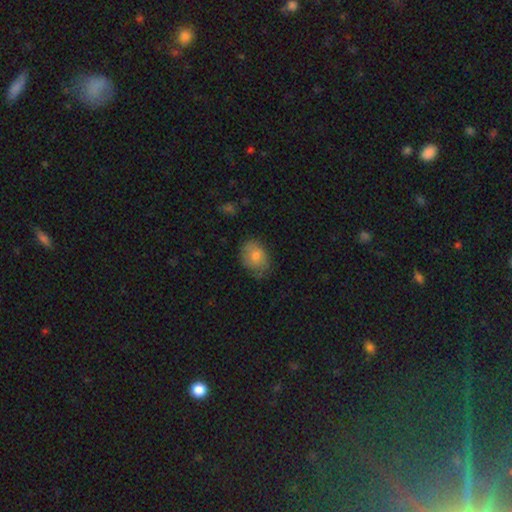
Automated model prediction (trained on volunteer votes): Smooth or featured? Predicted: smooth (p=0.76). How rounded? Predicted: in between (p=0.69). Merging? Predicted: none (p=0.67).